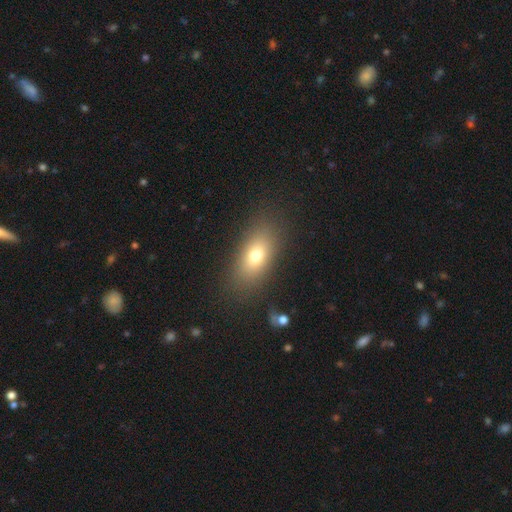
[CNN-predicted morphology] Smooth or featured: smooth — 73% (featured or disk — 16%)
How rounded: in between — 82% (round — 11%)
Merging: none — 84% (minor disturbance — 10%)